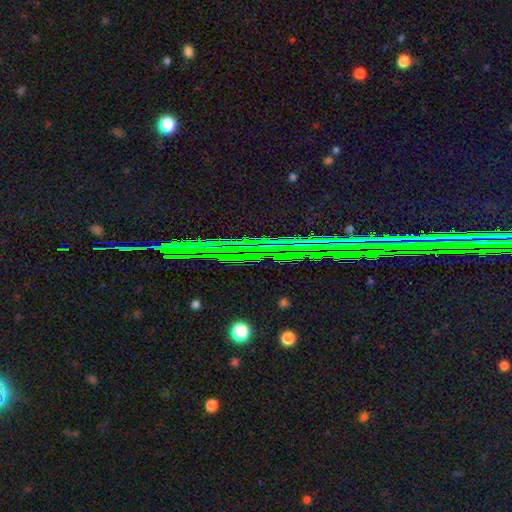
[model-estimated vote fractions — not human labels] The model was most divided on "smooth or featured": star or artifact: 83%, featured or disk: 8%, smooth: 8%.